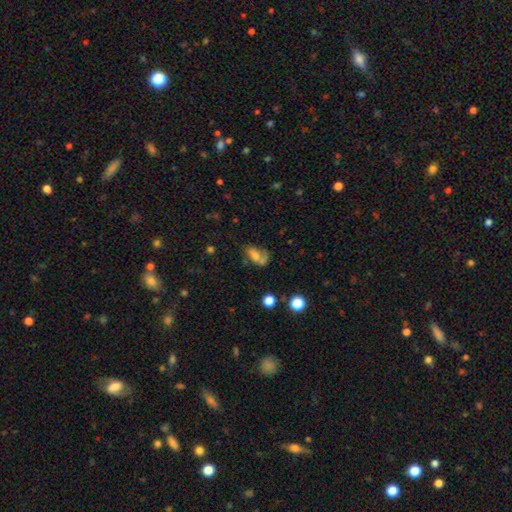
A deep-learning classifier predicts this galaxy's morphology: A smooth galaxy with no disk features (45%).

Vote fractions:
- Smooth or featured? smooth: 45% / featured or disk: 42% / star or artifact: 14%
- Merging? none: 33% / major disturbance: 29% / minor disturbance: 21% / merger: 17%